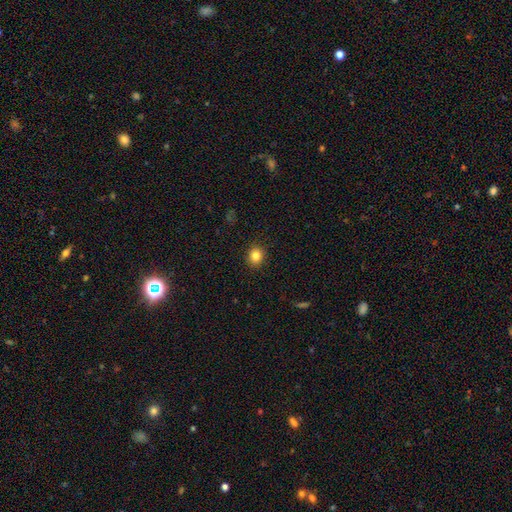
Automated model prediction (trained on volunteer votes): Overall: smooth (84%). How rounded: round (72%). Merging: none (91%).